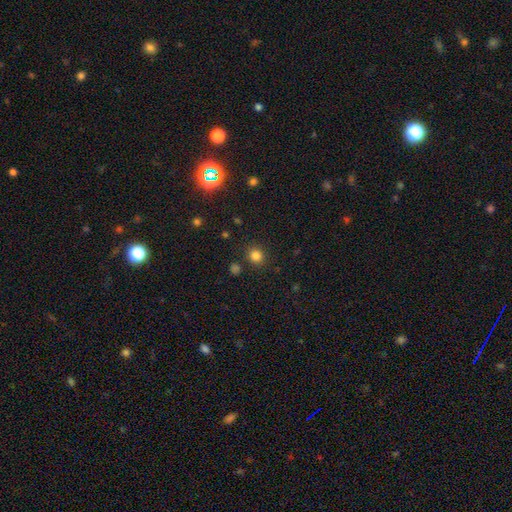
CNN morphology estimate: This appears to be a smooth galaxy with no disk features (82%) that is round (87%). Merging: none (87%).